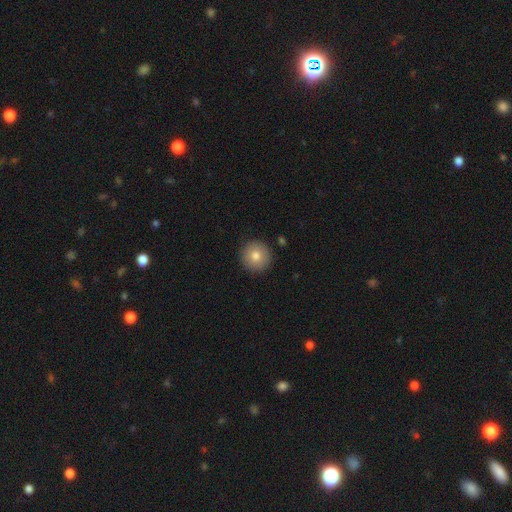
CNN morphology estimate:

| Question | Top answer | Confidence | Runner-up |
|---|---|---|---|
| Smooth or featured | smooth | 80% | featured or disk (11%) |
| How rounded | round | 95% | in between (4%) |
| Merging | none | 92% | minor disturbance (5%) |